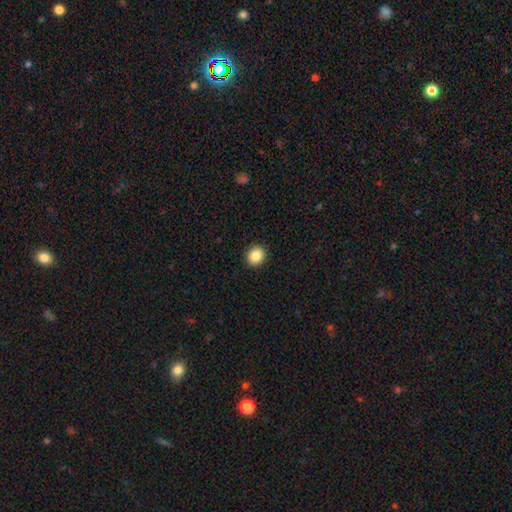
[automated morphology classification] Smooth or featured: smooth — 86% (star or artifact — 9%)
How rounded: round — 72% (in between — 27%)
Merging: none — 91% (minor disturbance — 6%)